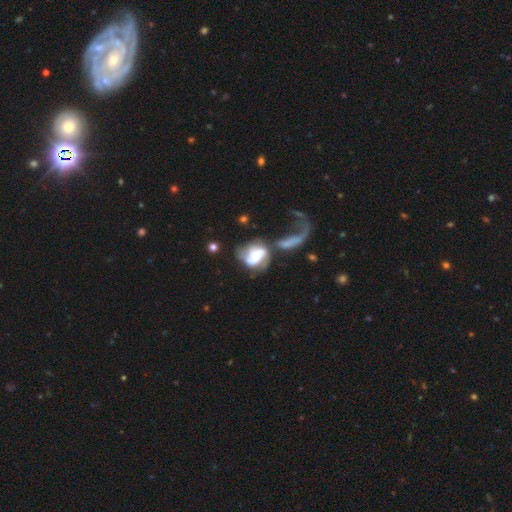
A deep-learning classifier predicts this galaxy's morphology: This is likely a featured or disk galaxy (64%). It is clearly not viewed edge-on (96%). Bar: marginally no (43%). Spiral arm pattern: likely yes (78%). Central bulge: marginally moderate (28%). Merging: marginally merger (40%).